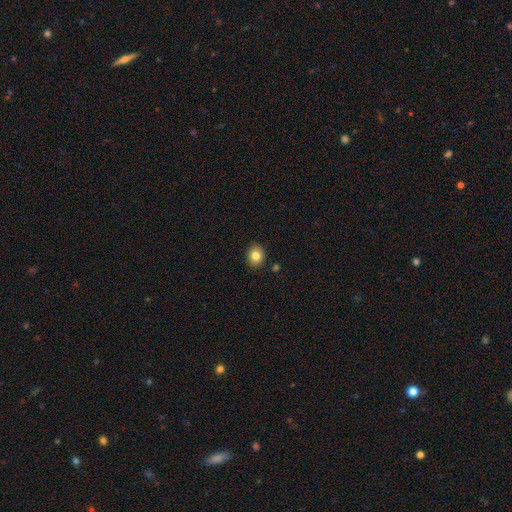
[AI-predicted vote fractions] Smooth or featured: smooth — 82% (star or artifact — 10%)
How rounded: round — 60% (in between — 39%)
Merging: none — 87% (minor disturbance — 9%)